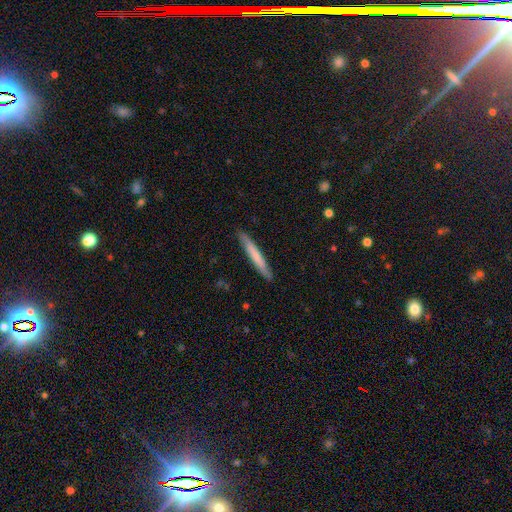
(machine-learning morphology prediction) smooth 65%, featured or disk 30%, star or artifact 5%. Down the decision tree: how rounded — cigar-shaped (96%); merging — none (90%).